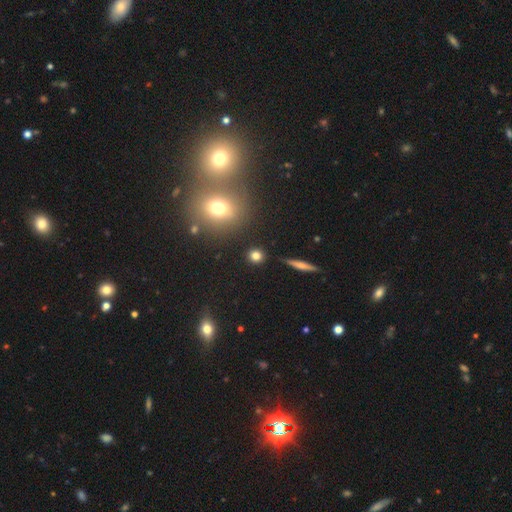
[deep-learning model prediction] A smooth galaxy with no disk features (79%) that is round (87%).

Vote fractions:
- Smooth or featured? smooth: 79% / star or artifact: 13% / featured or disk: 8%
- How rounded? round: 87% / in between: 11% / cigar-shaped: 3%
- Merging? none: 87% / minor disturbance: 7% / merger: 3% / major disturbance: 2%